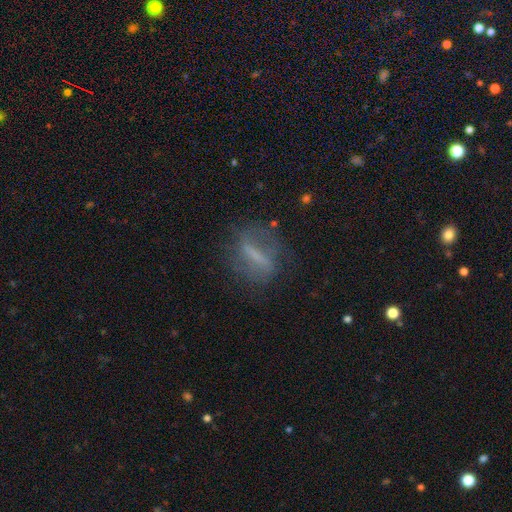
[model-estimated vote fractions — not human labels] Smooth or featured? featured or disk (51%)
Edge-on disk? no (77%)
Merging? none (70%)